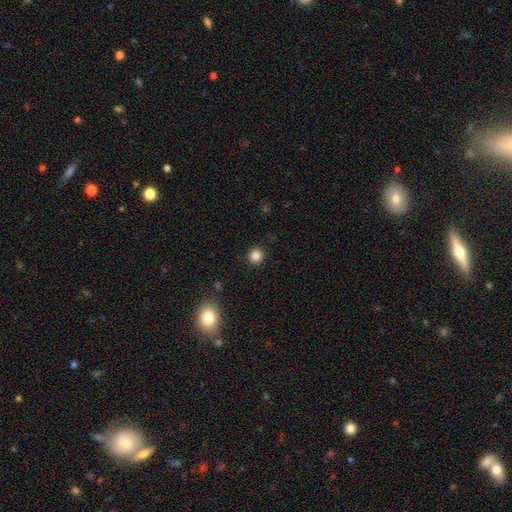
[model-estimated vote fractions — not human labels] A smooth galaxy with no disk features (85%) that is round (92%). Merging: none (92%).